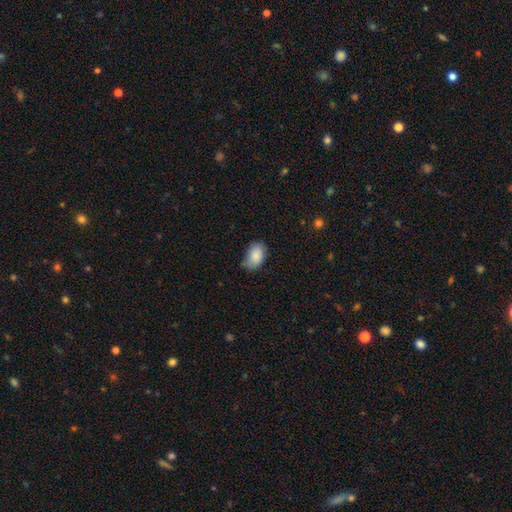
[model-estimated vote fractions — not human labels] smooth-or-featured: smooth: 87% | star or artifact: 7% | featured or disk: 6%
  how-rounded: in between: 91% | round: 8% | cigar-shaped: 1%
  merging: none: 62% | minor disturbance: 31% | major disturbance: 5% | merger: 2%